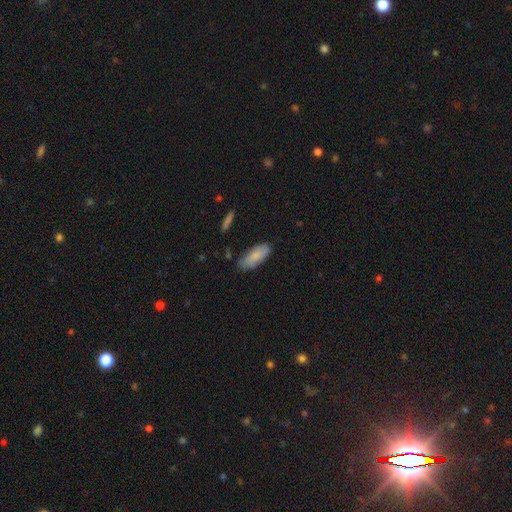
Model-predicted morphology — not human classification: This is clearly a smooth galaxy (80%). How rounded: clearly in between (80%). Merging: likely none (77%).